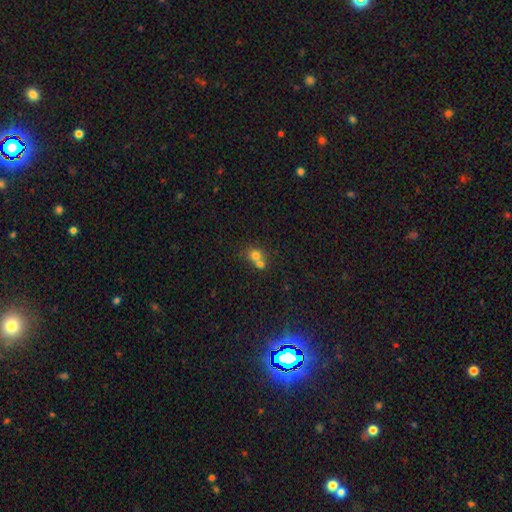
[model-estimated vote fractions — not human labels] Overall: smooth (73%). How rounded: round (77%). Merging: merger (59%; none 33%).